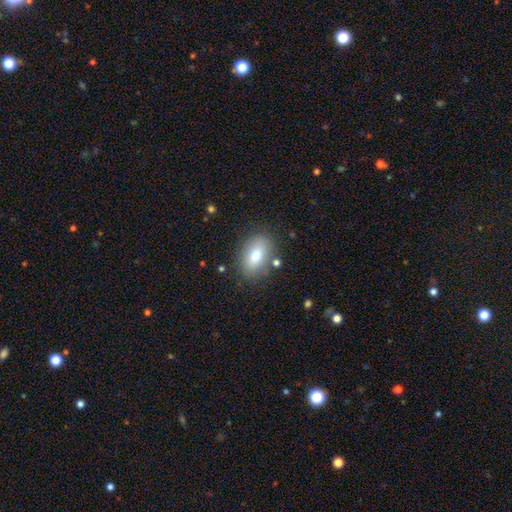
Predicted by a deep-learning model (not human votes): Smooth or featured?
  - smooth: 75% *
  - featured or disk: 16%
  - star or artifact: 8%
How rounded?
  - in between: 86% *
  - round: 12%
  - cigar-shaped: 2%
Merging?
  - none: 80% *
  - minor disturbance: 12%
  - major disturbance: 4%
  - merger: 3%